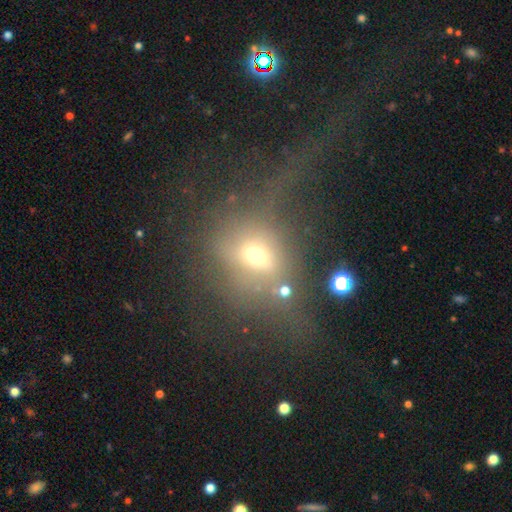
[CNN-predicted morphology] Q: Smooth or featured?
A: smooth (48%); runner-up: featured or disk (32%)
Q: Merging?
A: major disturbance (39%); runner-up: none (36%)